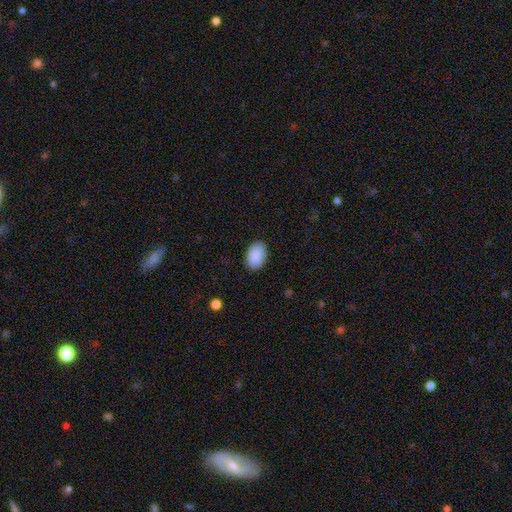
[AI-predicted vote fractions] smooth_or_featured: smooth (p=0.91) [alt: star or artifact p=0.06]
how_rounded: in between (p=0.89) [alt: round p=0.10]
merging: none (p=0.88) [alt: minor disturbance p=0.09]